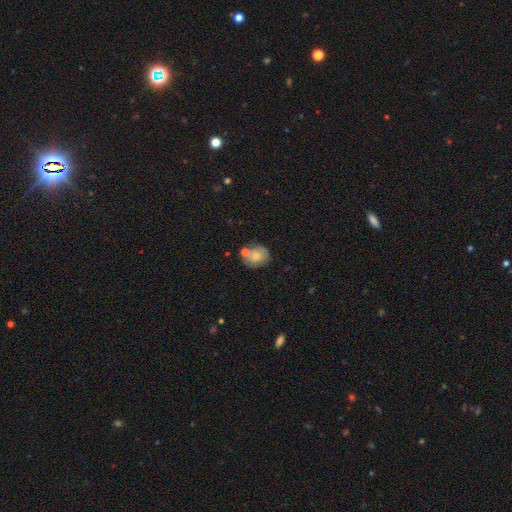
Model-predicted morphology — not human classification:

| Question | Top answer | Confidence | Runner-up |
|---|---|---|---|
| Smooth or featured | smooth | 74% | featured or disk (18%) |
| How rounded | round | 66% | in between (33%) |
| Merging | none | 61% | minor disturbance (17%) |